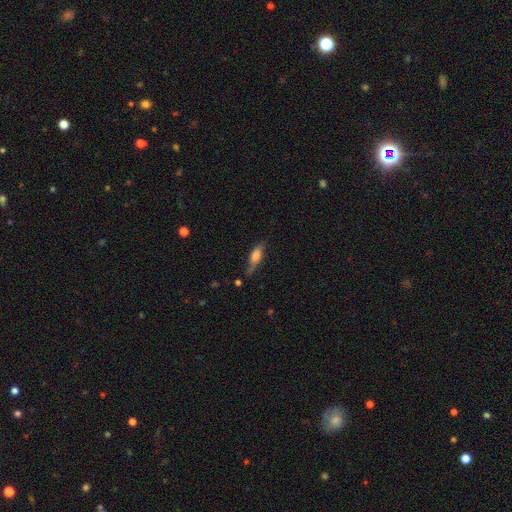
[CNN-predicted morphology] This appears to be a smooth galaxy with no disk features (57%) that is in between round and cigar-shaped (55%). Merging: none (57%).